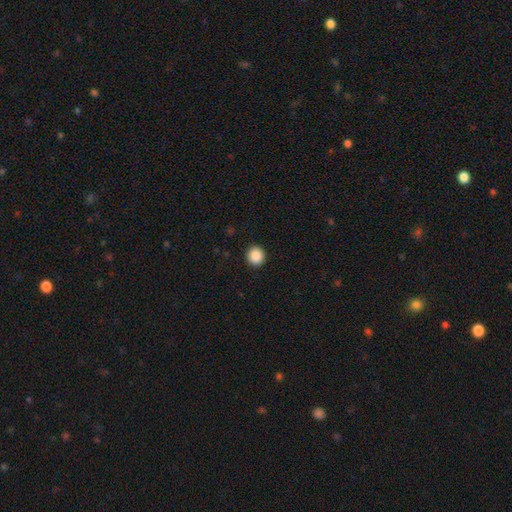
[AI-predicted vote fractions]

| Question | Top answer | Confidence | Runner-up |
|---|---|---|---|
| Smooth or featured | smooth | 89% | star or artifact (9%) |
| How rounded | round | 91% | in between (8%) |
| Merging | none | 92% | minor disturbance (5%) |